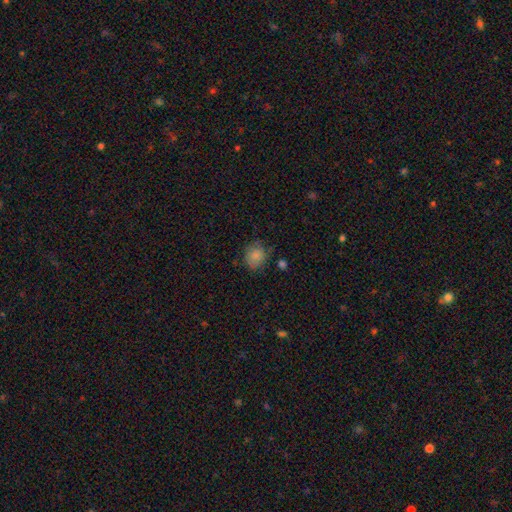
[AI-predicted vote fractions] The model was most divided on "merging": none: 71%, minor disturbance: 20%, major disturbance: 5%, merger: 3%. More confident: smooth or featured — smooth (83%); how rounded — round (78%).